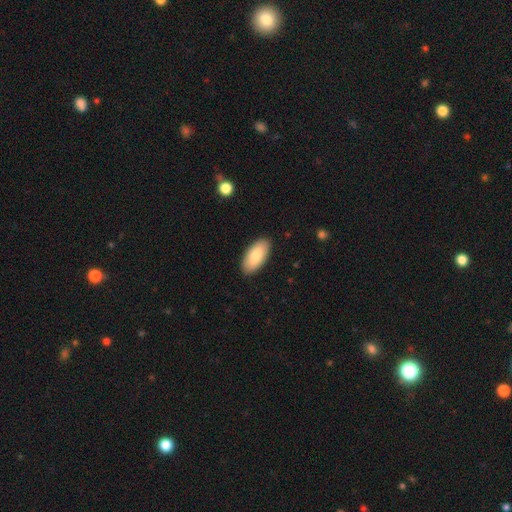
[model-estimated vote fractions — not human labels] This is clearly a smooth galaxy (83%). How rounded: clearly in between (93%). Merging: clearly none (89%).